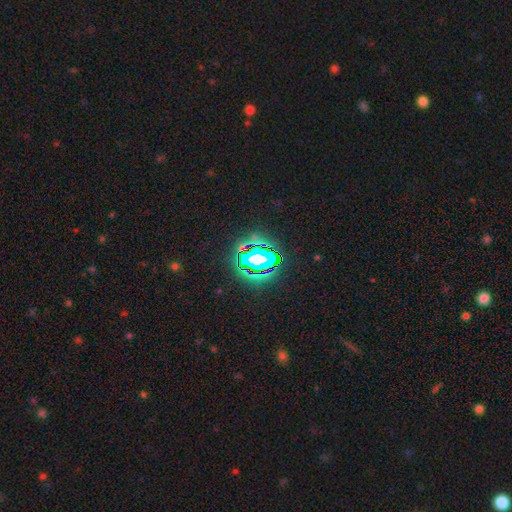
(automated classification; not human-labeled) star or artifact 72%, smooth 15%, featured or disk 13%.